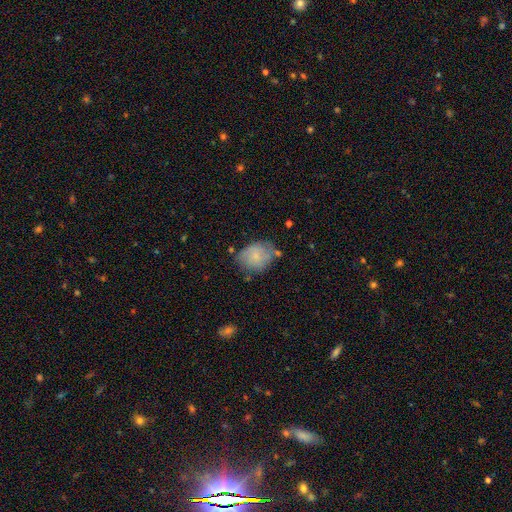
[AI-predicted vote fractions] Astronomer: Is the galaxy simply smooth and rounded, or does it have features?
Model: smooth — 68%.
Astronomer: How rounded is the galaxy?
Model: in between — 60% (runner-up: round, 39%).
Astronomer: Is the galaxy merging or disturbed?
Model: none — 57%.